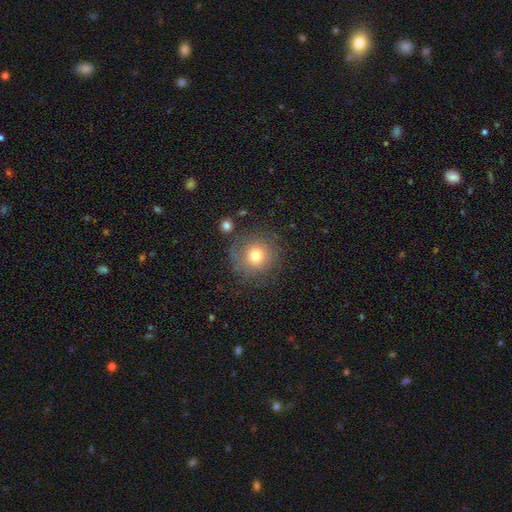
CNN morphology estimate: smooth 70%, featured or disk 18%, star or artifact 12%. Down the decision tree: how rounded — round (93%); merging — none (78%).